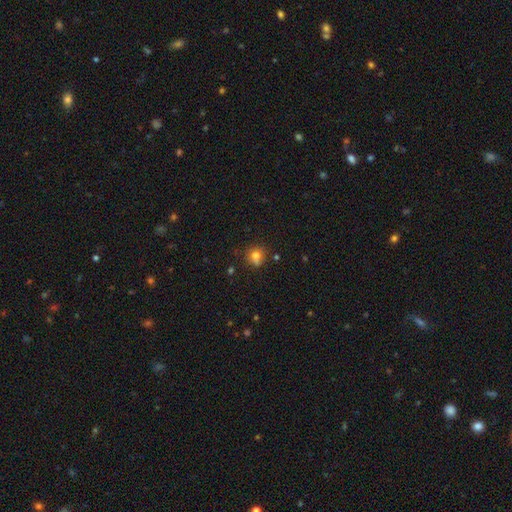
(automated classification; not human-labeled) Q: Smooth or featured?
A: smooth (75%); runner-up: star or artifact (14%)
Q: How rounded?
A: round (82%); runner-up: in between (17%)
Q: Merging?
A: none (60%); runner-up: merger (17%)